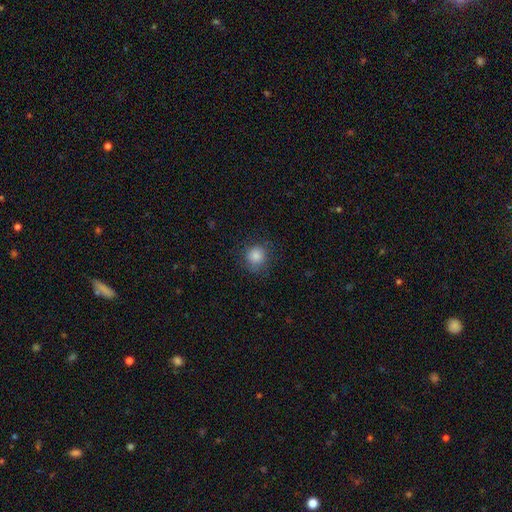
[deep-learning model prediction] Q: Smooth or featured?
A: smooth (83%); runner-up: star or artifact (11%)
Q: How rounded?
A: round (86%); runner-up: in between (13%)
Q: Merging?
A: none (81%); runner-up: minor disturbance (14%)